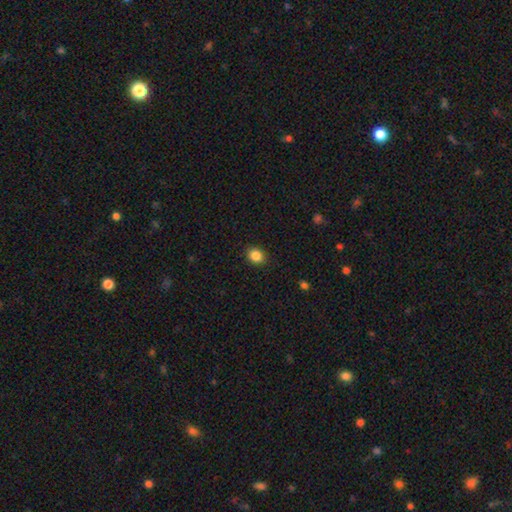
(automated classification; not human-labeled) Morphology: type=smooth (86%); roundness=round (66%); merging=none (90%).